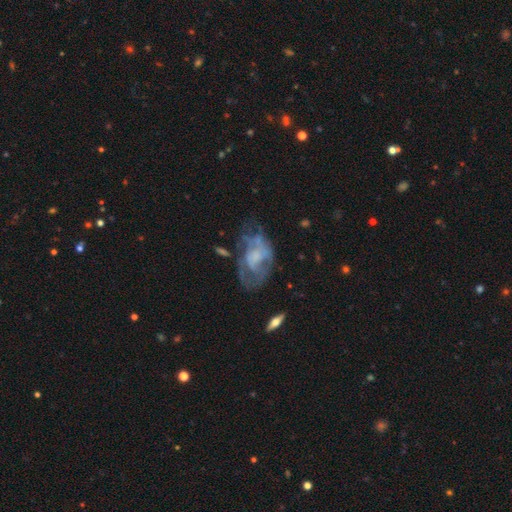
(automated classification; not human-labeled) This appears to be a featured or disk galaxy (67%) with no bar (76%), no spiral arms (53%) and no central bulge (39%). Merging: none (41%).